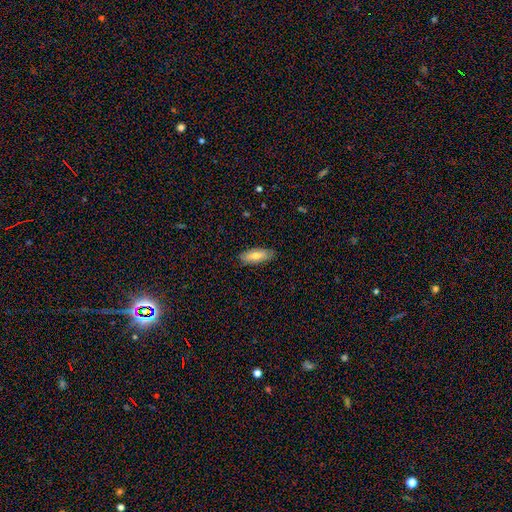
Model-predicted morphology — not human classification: Smooth or featured? smooth (72%)
How rounded? in between (70%)
Merging? none (87%)